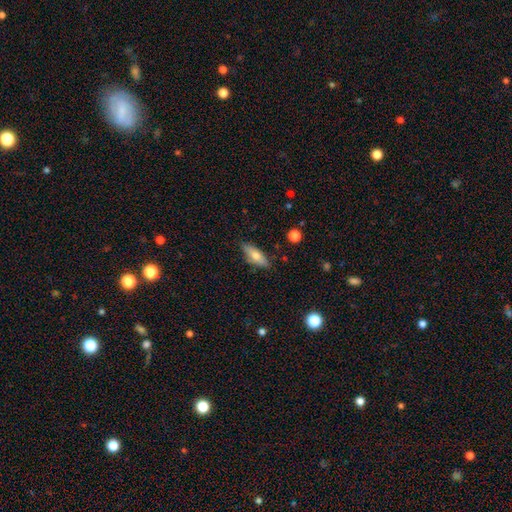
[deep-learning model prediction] A smooth galaxy with no disk features (68%) that is in between round and cigar-shaped (63%).

Vote fractions:
- Smooth or featured? smooth: 68% / featured or disk: 26% / star or artifact: 7%
- How rounded? in between: 63% / cigar-shaped: 34% / round: 3%
- Merging? none: 81% / minor disturbance: 14% / major disturbance: 3% / merger: 2%